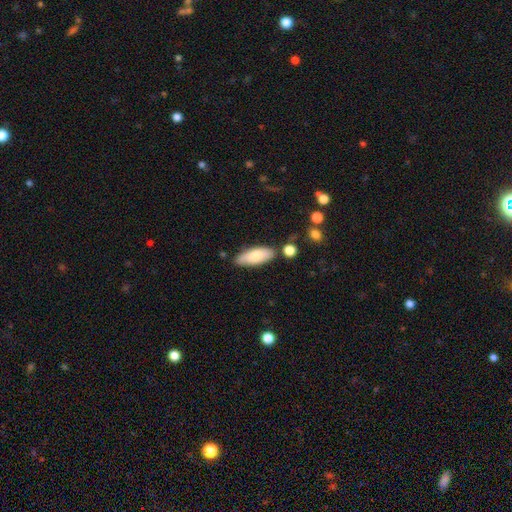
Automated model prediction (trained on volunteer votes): This is likely a smooth galaxy (78%). How rounded: likely in between (72%). Merging: likely none (76%).